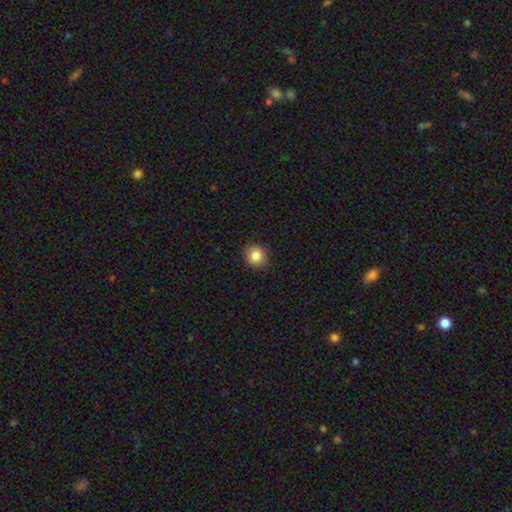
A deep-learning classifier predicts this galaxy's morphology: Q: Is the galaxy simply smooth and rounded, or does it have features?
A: smooth — 85%.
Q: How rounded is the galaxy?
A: round — 81%.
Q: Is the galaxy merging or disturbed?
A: none — 90%.